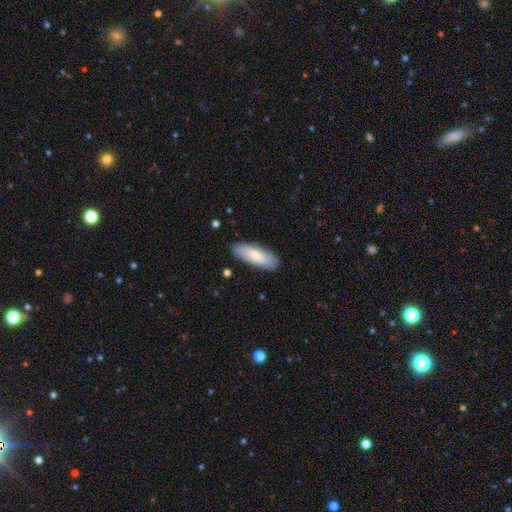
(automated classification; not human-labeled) Smooth or featured: smooth — 73% (featured or disk — 22%)
How rounded: in between — 64% (cigar-shaped — 34%)
Merging: none — 85% (minor disturbance — 11%)